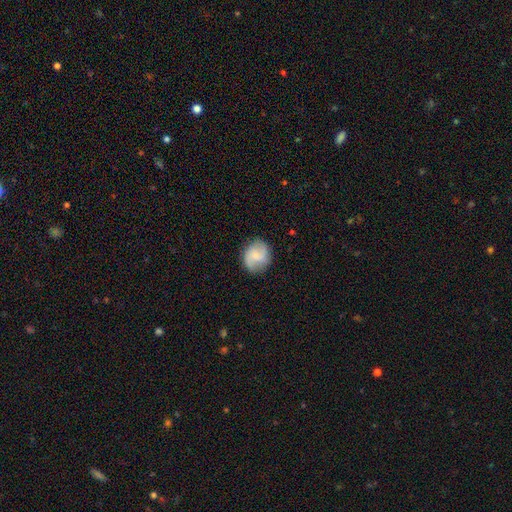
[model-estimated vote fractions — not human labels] A featured or disk galaxy (51%) with a weak bar (47%), spiral arms (91%) and a small central bulge (45%).

Vote fractions:
- Smooth or featured? featured or disk: 51% / smooth: 41% / star or artifact: 7%
- Edge-on disk? no: 98% / yes: 2%
- Bar? weak: 47% / no: 42% / strong: 11%
- Spiral arms? yes: 91% / no: 9%
- Bulge size? small: 45% / none: 28% / moderate: 23% / large: 3% / dominant: 1%
- Merging? none: 79% / minor disturbance: 15% / major disturbance: 5% / merger: 1%